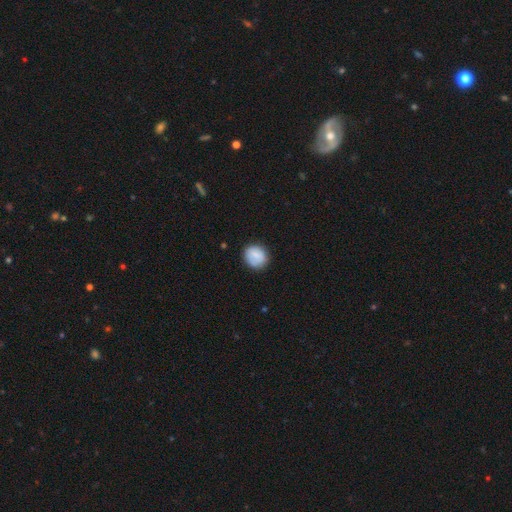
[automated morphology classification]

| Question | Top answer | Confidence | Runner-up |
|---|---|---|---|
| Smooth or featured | smooth | 83% | featured or disk (10%) |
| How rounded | round | 74% | in between (25%) |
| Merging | none | 82% | minor disturbance (14%) |